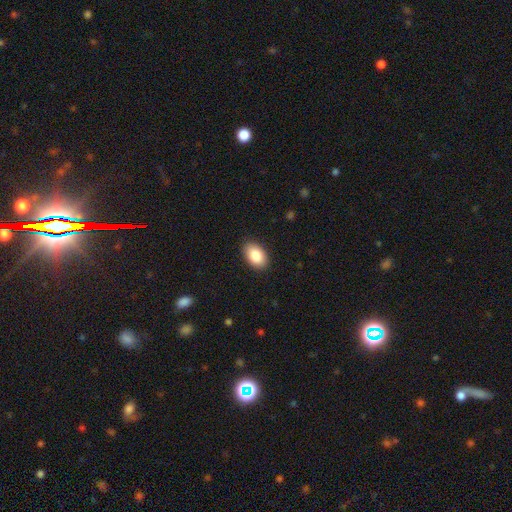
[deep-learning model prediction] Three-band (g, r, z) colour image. It shows a smooth galaxy with no disk features (87%) that is in between round and cigar-shaped (89%). Merging: none (89%).